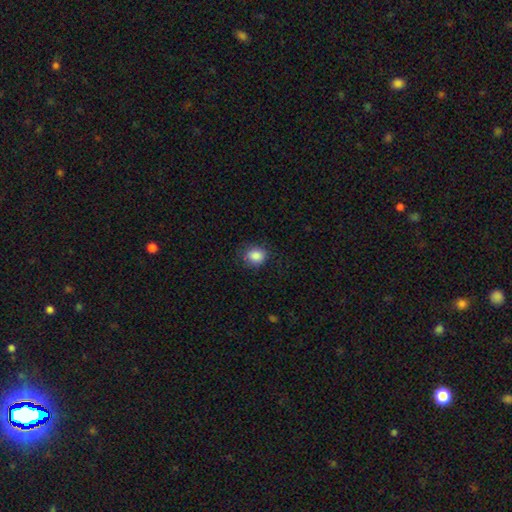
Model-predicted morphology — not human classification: Smooth or featured: smooth — 86% (star or artifact — 9%)
How rounded: round — 61% (in between — 38%)
Merging: none — 76% (minor disturbance — 18%)